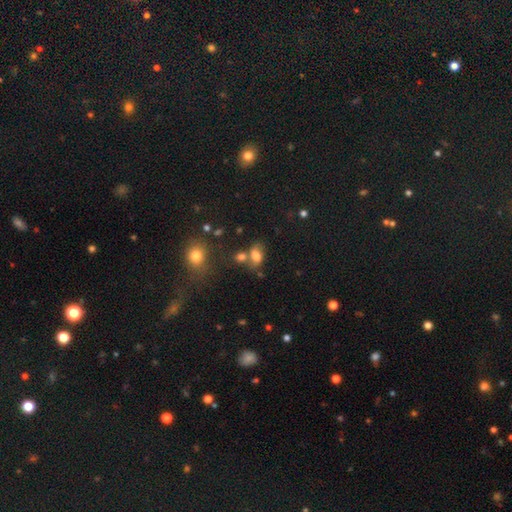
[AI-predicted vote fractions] smooth-or-featured: smooth: 73% | featured or disk: 15% | star or artifact: 12%
  how-rounded: in between: 81% | round: 17% | cigar-shaped: 2%
  merging: none: 47% | merger: 28% | minor disturbance: 17% | major disturbance: 8%